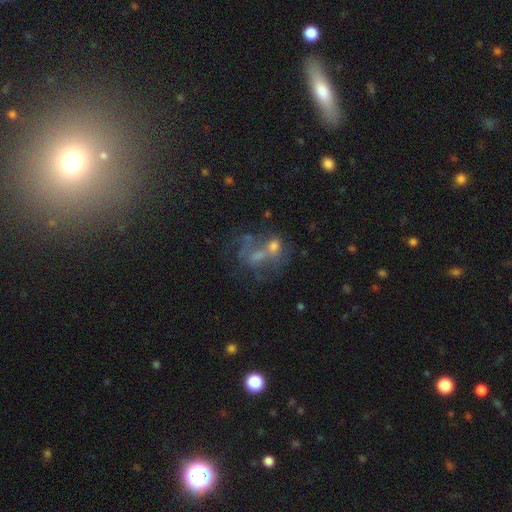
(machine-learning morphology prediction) This is possibly a featured or disk galaxy (48%). Merging: marginally merger (42%).